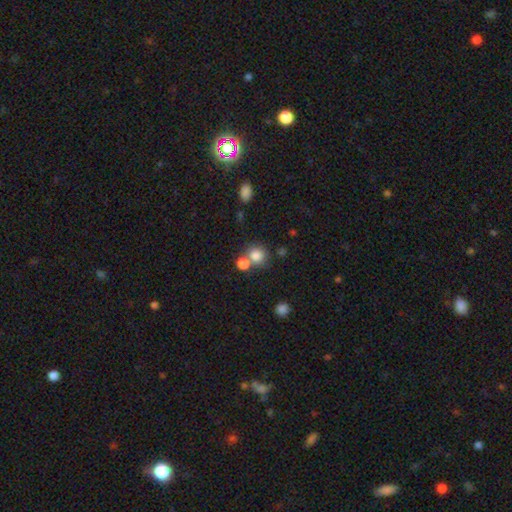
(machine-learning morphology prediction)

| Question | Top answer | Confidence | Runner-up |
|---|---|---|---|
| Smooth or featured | smooth | 81% | star or artifact (12%) |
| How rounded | round | 85% | in between (14%) |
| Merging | none | 54% | merger (34%) |